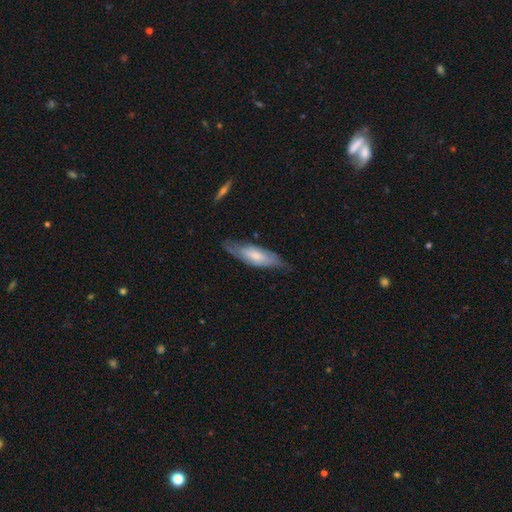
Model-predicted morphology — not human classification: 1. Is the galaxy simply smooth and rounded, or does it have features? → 49% featured or disk, 45% smooth, 6% star or artifact.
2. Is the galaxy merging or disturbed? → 63% none, 27% minor disturbance, 8% major disturbance, 2% merger.